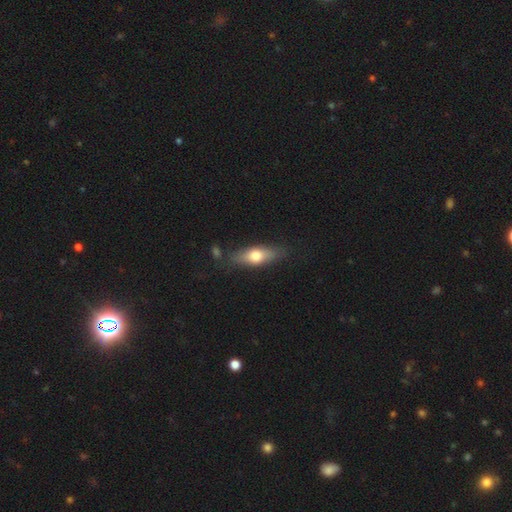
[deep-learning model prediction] Smooth or featured? Predicted: smooth (p=0.62). How rounded? Predicted: in between (p=0.56). Merging? Predicted: none (p=0.79).